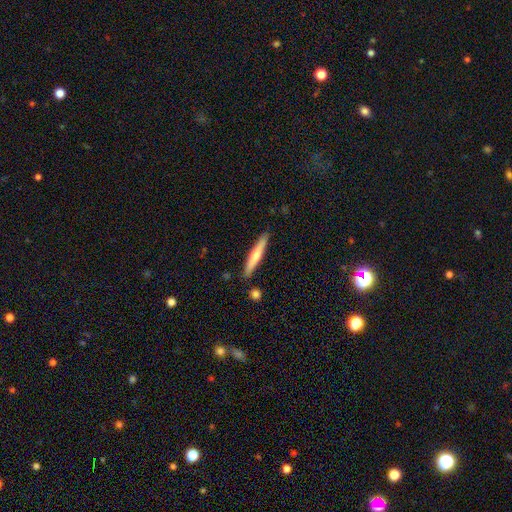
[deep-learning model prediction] Smooth or featured? Predicted: smooth (p=0.61). How rounded? Predicted: cigar-shaped (p=0.94). Merging? Predicted: none (p=0.87).